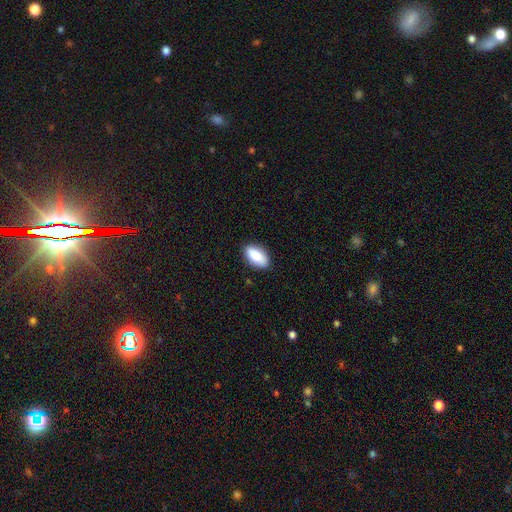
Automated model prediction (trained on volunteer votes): A smooth galaxy with no disk features (84%) that is in between round and cigar-shaped (92%). Merging: none (87%).